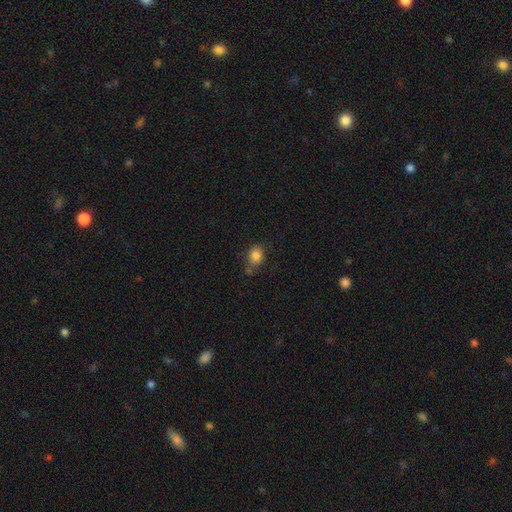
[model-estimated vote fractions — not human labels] Smooth or featured?
  - smooth: 84% *
  - star or artifact: 10%
  - featured or disk: 6%
How rounded?
  - in between: 55% *
  - round: 43%
  - cigar-shaped: 1%
Merging?
  - none: 66% *
  - minor disturbance: 19%
  - merger: 10%
  - major disturbance: 5%